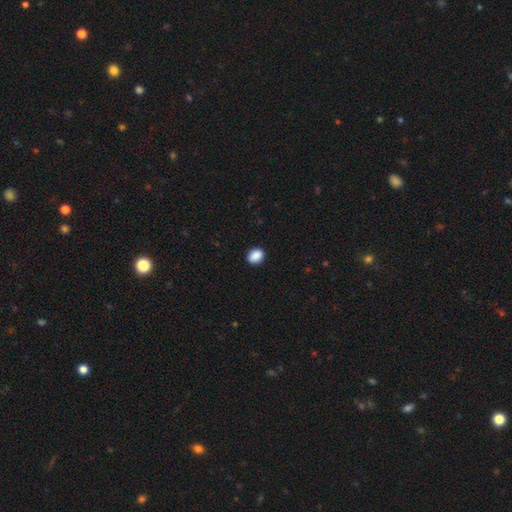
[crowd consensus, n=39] Smooth or featured? 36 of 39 (92%) said smooth. How rounded? 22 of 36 (61%) said in between. Merging? 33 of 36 (92%) said none.